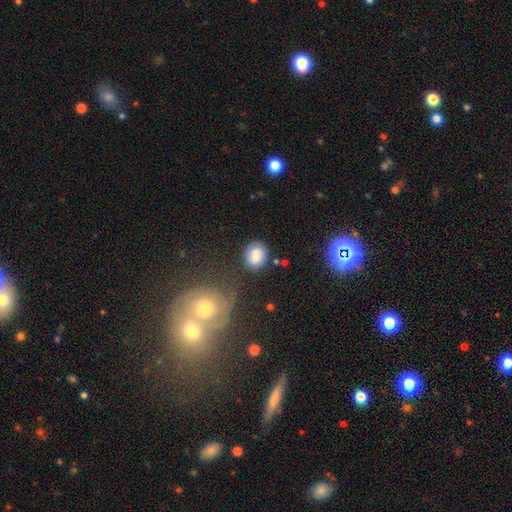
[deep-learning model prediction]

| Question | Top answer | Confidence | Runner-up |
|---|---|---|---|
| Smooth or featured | smooth | 78% | featured or disk (14%) |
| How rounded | round | 63% | in between (36%) |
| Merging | none | 77% | minor disturbance (13%) |